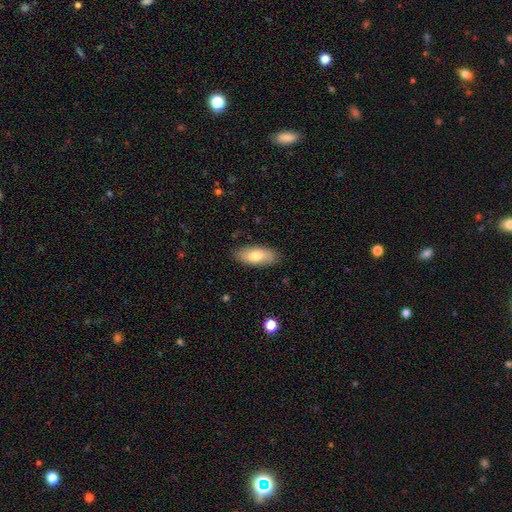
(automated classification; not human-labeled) A smooth galaxy with no disk features (75%) that is in between round and cigar-shaped (83%). Merging: none (85%).